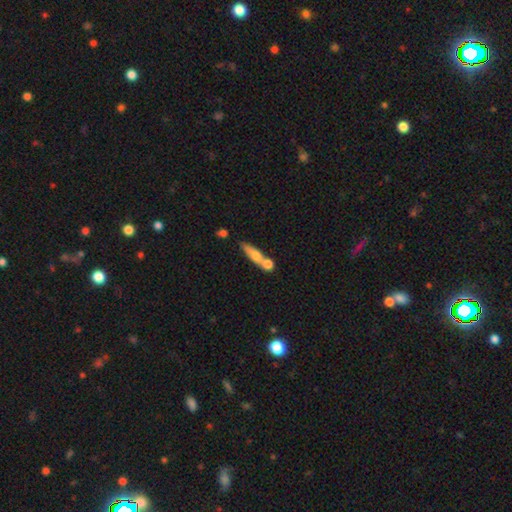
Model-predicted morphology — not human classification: smooth 60%, featured or disk 32%, star or artifact 7%. Down the decision tree: how rounded — cigar-shaped (69%); merging — none (45%).